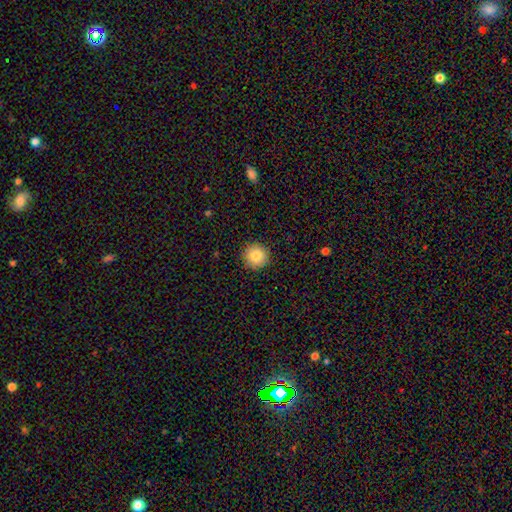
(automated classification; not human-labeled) Smooth or featured? Predicted: smooth (p=0.85). How rounded? Predicted: round (p=0.96). Merging? Predicted: none (p=0.91).